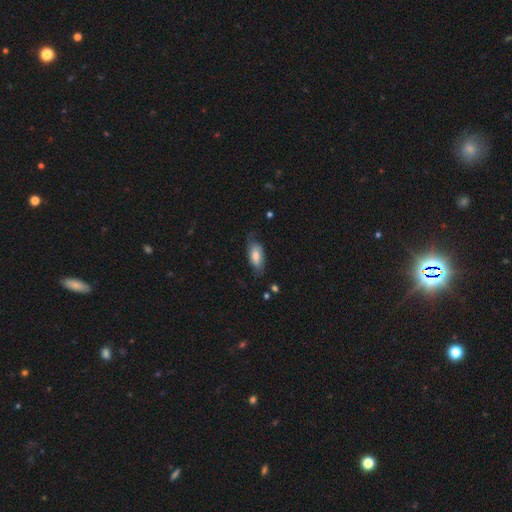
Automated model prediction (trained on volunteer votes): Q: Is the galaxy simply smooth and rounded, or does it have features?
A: smooth — 66%.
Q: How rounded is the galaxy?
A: in between — 85%.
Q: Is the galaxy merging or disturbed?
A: none — 62%.